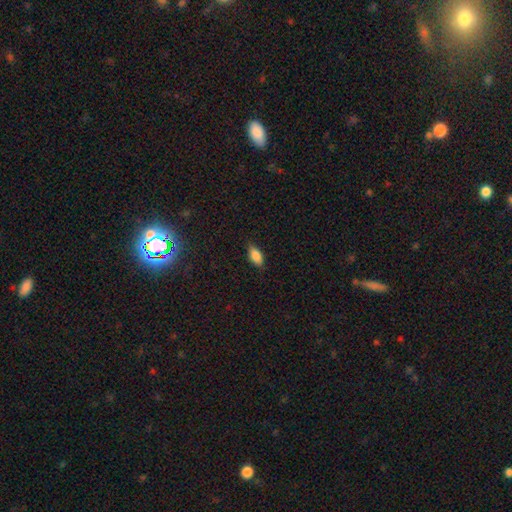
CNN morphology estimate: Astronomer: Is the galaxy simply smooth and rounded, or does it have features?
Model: smooth — 84%.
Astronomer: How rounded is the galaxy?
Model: in between — 89%.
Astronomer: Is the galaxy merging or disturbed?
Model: none — 84%.